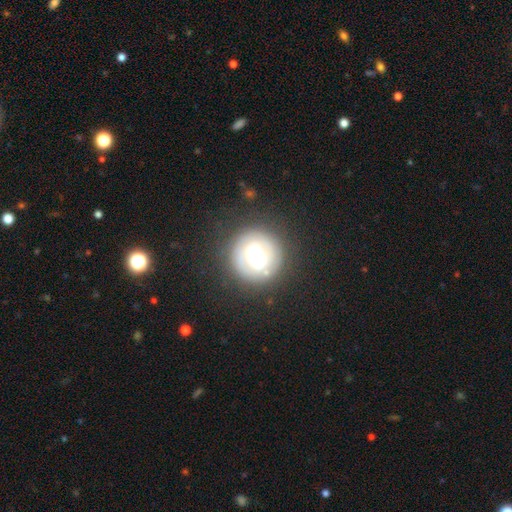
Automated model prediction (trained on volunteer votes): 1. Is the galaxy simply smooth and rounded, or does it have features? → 45% featured or disk, 43% smooth, 13% star or artifact.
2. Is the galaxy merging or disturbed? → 73% none, 15% minor disturbance, 9% major disturbance, 3% merger.